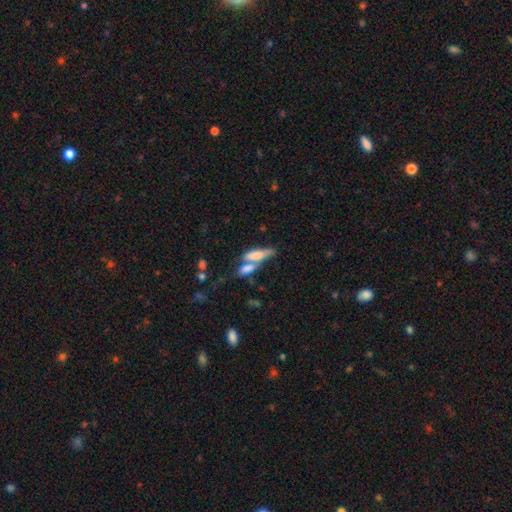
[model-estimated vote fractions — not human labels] The model was most divided on "how rounded": cigar-shaped: 50%, in between: 47%, round: 3%. More confident: smooth or featured — smooth (69%); merging — merger (55%).